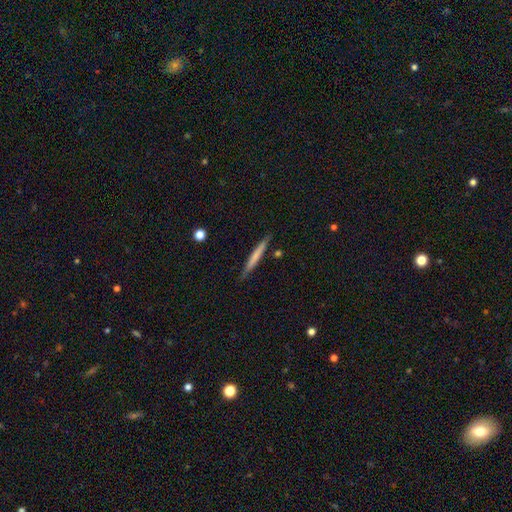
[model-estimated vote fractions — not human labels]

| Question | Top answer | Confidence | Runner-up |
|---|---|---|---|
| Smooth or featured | smooth | 58% | featured or disk (36%) |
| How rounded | cigar-shaped | 96% | in between (3%) |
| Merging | none | 86% | minor disturbance (10%) |